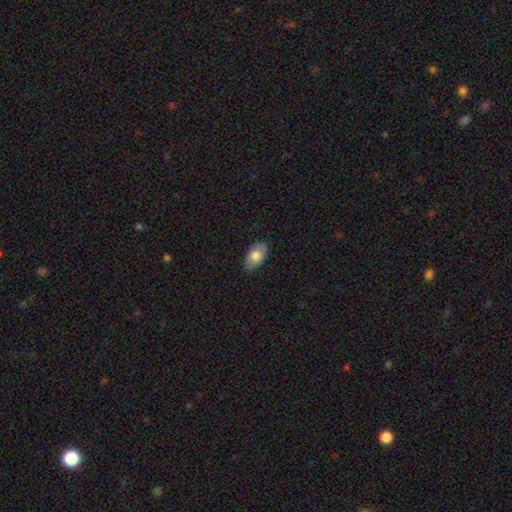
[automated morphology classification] Q: Smooth or featured?
A: smooth (76%); runner-up: featured or disk (17%)
Q: How rounded?
A: in between (94%); runner-up: round (5%)
Q: Merging?
A: none (86%); runner-up: minor disturbance (12%)